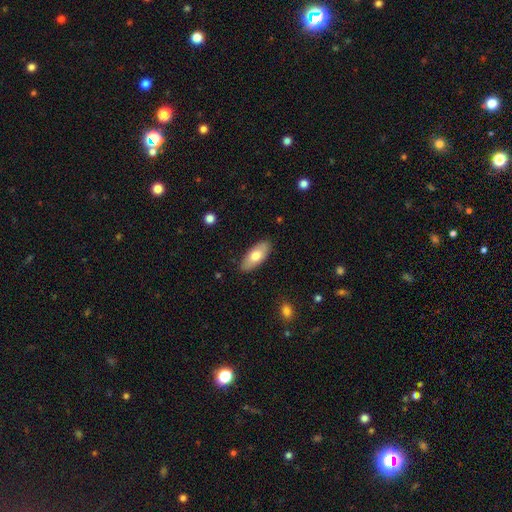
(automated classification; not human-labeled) A smooth galaxy with no disk features (72%) that is in between round and cigar-shaped (85%).

Vote fractions:
- Smooth or featured? smooth: 72% / featured or disk: 22% / star or artifact: 6%
- How rounded? in between: 85% / cigar-shaped: 12% / round: 2%
- Merging? none: 87% / minor disturbance: 10% / major disturbance: 2% / merger: 1%